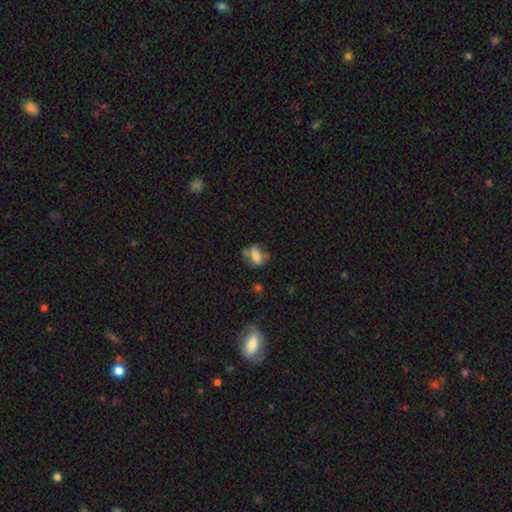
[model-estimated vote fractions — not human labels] Smooth or featured: smooth — 70% (featured or disk — 20%)
How rounded: in between — 72% (round — 24%)
Merging: none — 52% (minor disturbance — 24%)